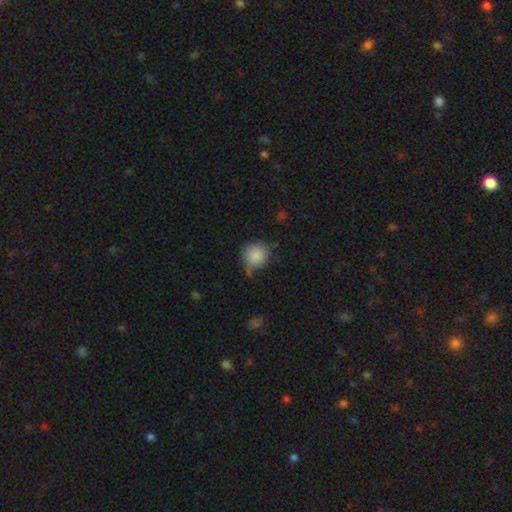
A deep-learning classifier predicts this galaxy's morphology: Q: Smooth or featured?
A: smooth (85%); runner-up: star or artifact (9%)
Q: How rounded?
A: round (88%); runner-up: in between (11%)
Q: Merging?
A: none (52%); runner-up: minor disturbance (31%)